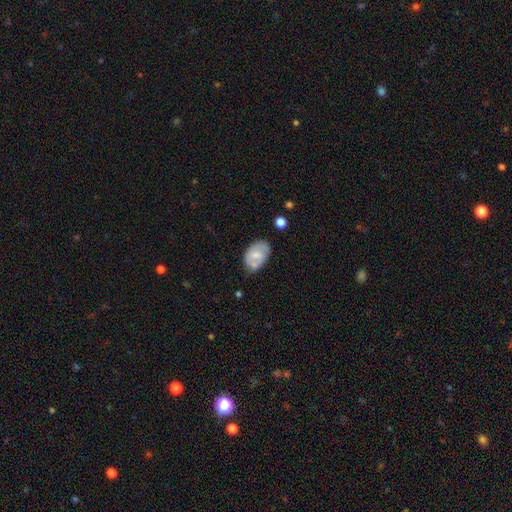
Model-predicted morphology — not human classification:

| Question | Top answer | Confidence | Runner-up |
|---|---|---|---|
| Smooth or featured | smooth | 59% | featured or disk (34%) |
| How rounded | in between | 88% | round (11%) |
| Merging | none | 55% | minor disturbance (27%) |